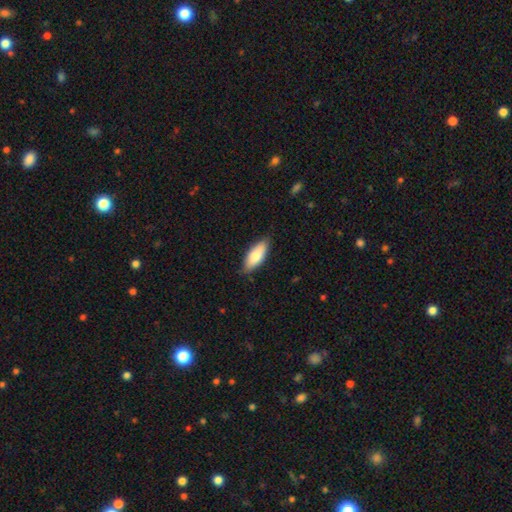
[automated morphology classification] This is clearly a smooth galaxy (80%). How rounded: likely in between (75%). Merging: clearly none (83%).